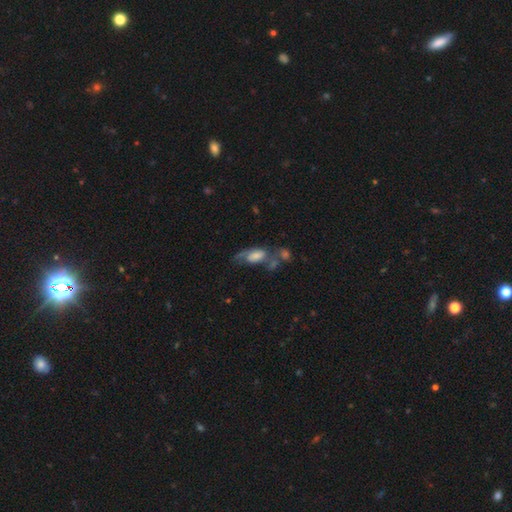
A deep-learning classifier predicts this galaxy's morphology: featured or disk 44% (tied), smooth 44% (tied), star or artifact 13%. Down the decision tree: merging — merger (30%).